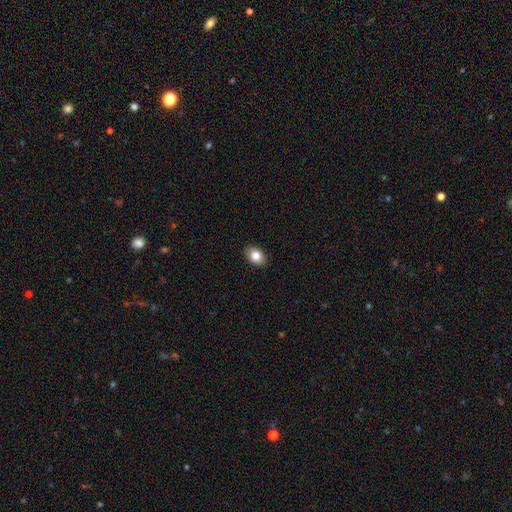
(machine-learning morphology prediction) smooth 83%, featured or disk 9%, star or artifact 8%. Down the decision tree: how rounded — in between (78%); merging — none (90%).